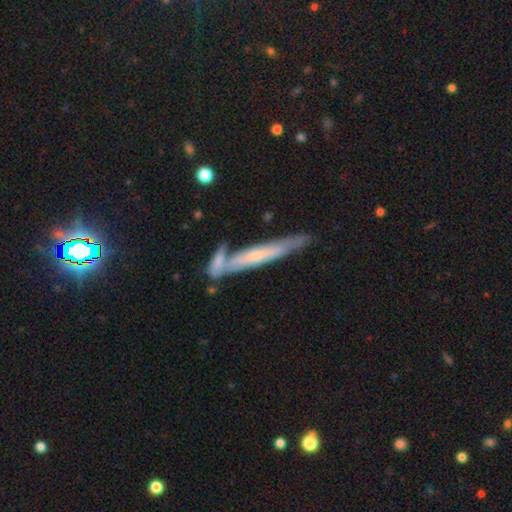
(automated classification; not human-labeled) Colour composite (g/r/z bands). It shows a featured or disk galaxy (54%) viewed edge-on (84%). Merging: none (63%).